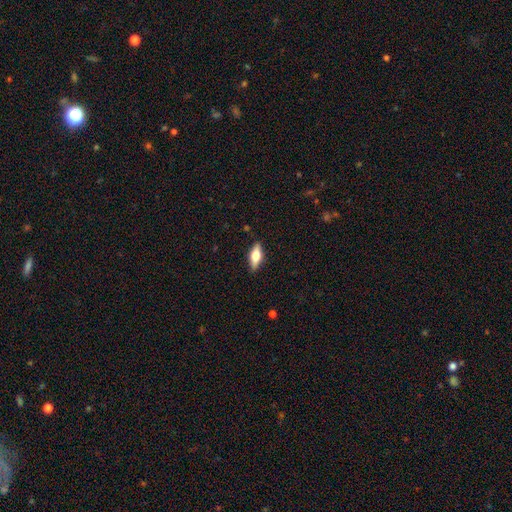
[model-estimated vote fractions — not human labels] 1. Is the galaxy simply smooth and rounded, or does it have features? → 51% smooth, 42% featured or disk, 7% star or artifact.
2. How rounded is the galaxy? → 67% in between, 30% cigar-shaped, 4% round.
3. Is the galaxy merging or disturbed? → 88% none, 9% minor disturbance, 2% major disturbance, 1% merger.